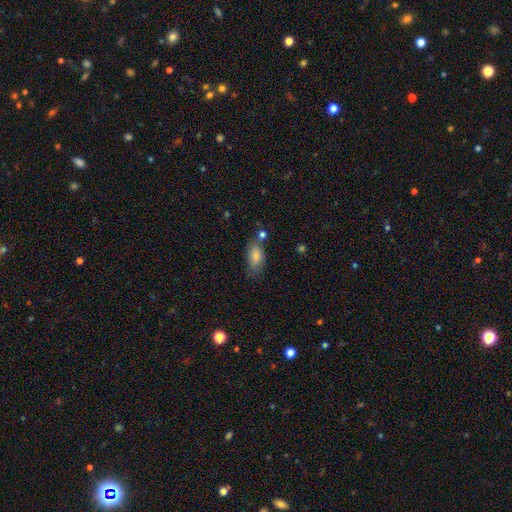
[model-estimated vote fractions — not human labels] The model was most divided on "merging": none: 55%, minor disturbance: 25%, merger: 12%, major disturbance: 8%. More confident: how rounded — in between (88%); smooth or featured — smooth (81%).